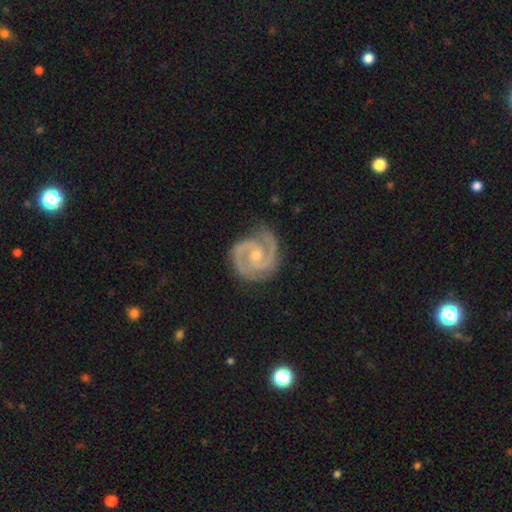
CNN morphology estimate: featured or disk 93%, star or artifact 4%, smooth 3%. Down the decision tree: edge-on disk — no (98%); bar — no (58%); spiral arms — yes (99%); spiral arm count — 2 (89%); spiral winding — tight (56%); bulge size — small (52%); merging — none (79%).